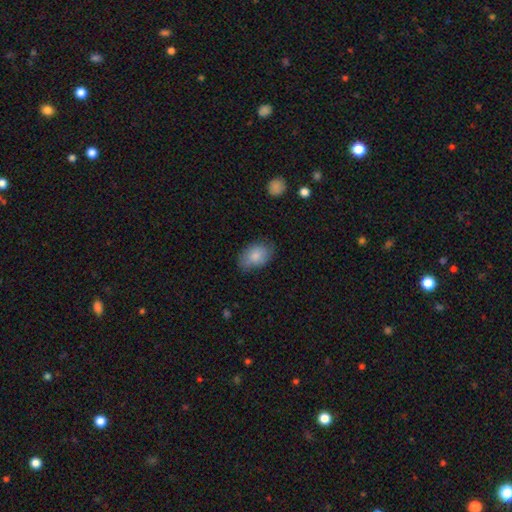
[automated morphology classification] Smooth or featured? Predicted: smooth (p=0.81). How rounded? Predicted: in between (p=0.85). Merging? Predicted: none (p=0.69).